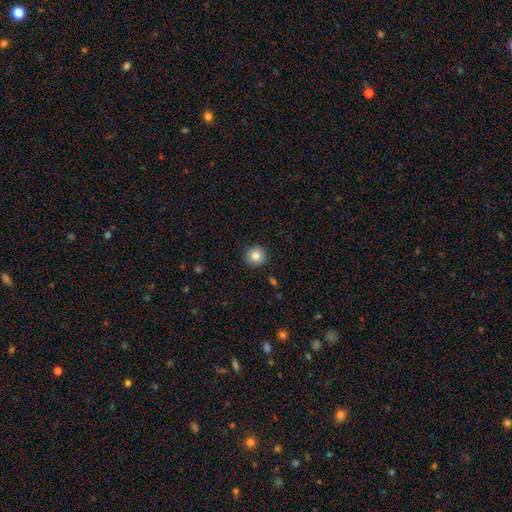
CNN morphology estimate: A smooth galaxy with no disk features (84%) that is round (93%). Merging: none (89%).